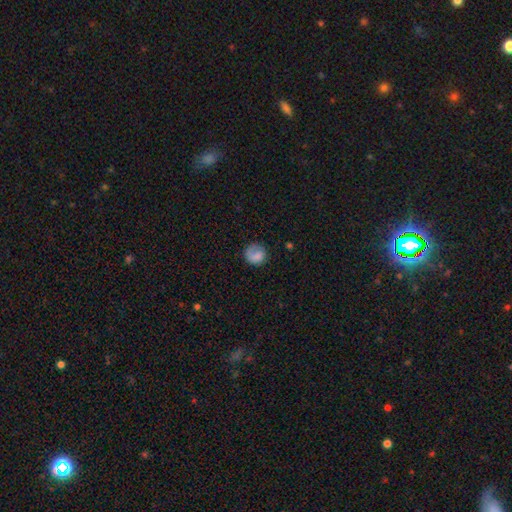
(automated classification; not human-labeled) smooth_or_featured: smooth (p=0.79) [alt: featured or disk p=0.12]
how_rounded: round (p=0.82) [alt: in between p=0.17]
merging: none (p=0.63) [alt: minor disturbance p=0.22]